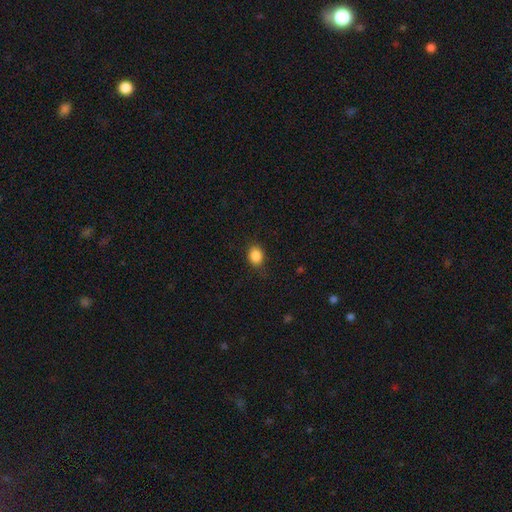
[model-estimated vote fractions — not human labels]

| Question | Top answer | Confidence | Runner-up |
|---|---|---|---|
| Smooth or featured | smooth | 87% | star or artifact (9%) |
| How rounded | in between | 52% | round (46%) |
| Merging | none | 80% | minor disturbance (15%) |